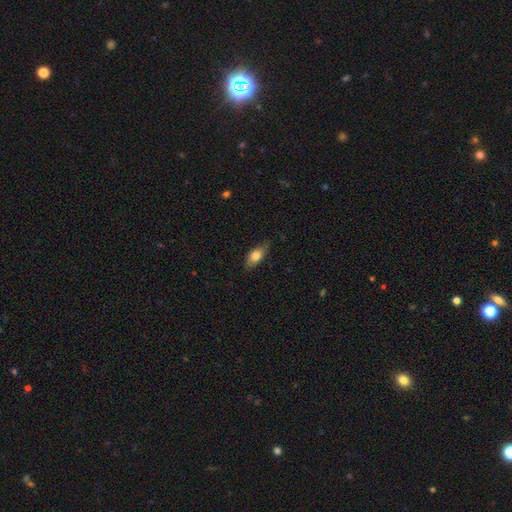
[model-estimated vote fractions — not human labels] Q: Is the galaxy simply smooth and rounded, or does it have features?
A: smooth — 75%.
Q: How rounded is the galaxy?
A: in between — 83%.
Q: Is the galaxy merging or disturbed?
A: none — 78%.